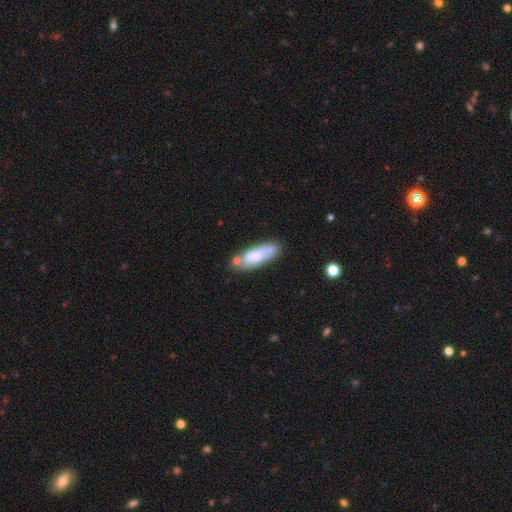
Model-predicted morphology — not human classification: Smooth or featured? smooth (70%)
How rounded? in between (56%)
Merging? none (55%)